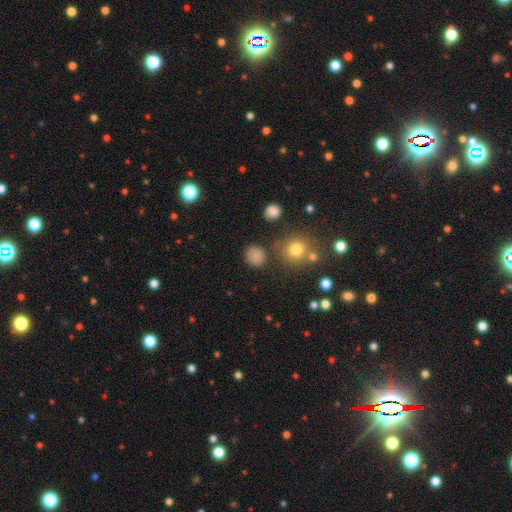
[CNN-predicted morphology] smooth 80%, star or artifact 15%, featured or disk 5%. Down the decision tree: how rounded — round (84%); merging — none (83%).